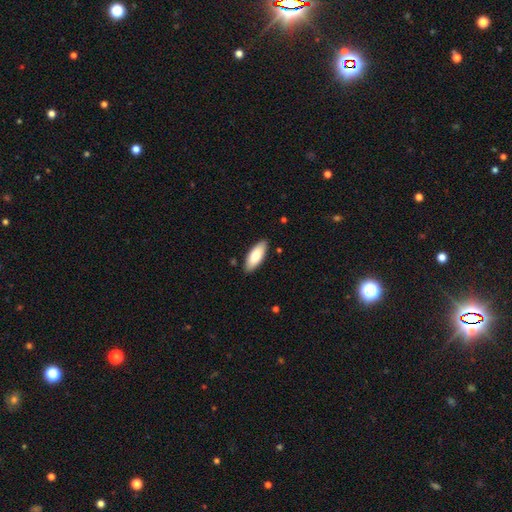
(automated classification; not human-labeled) This appears to be a smooth galaxy with no disk features (82%) that is in between round and cigar-shaped (75%). Merging: none (87%).